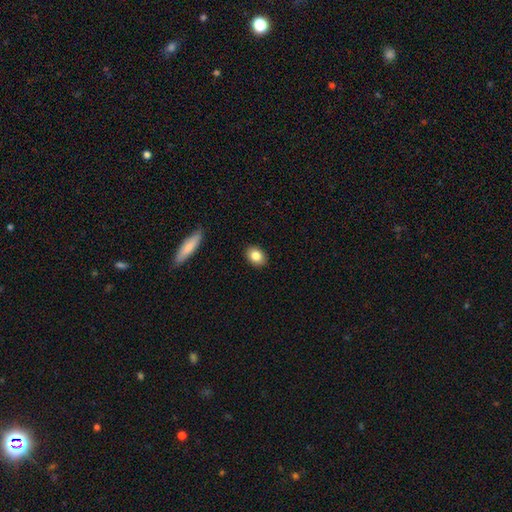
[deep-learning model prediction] smooth-or-featured: smooth: 83% | featured or disk: 9% | star or artifact: 8%
  how-rounded: in between: 69% | round: 29% | cigar-shaped: 2%
  merging: none: 90% | minor disturbance: 8% | major disturbance: 2% | merger: 1%